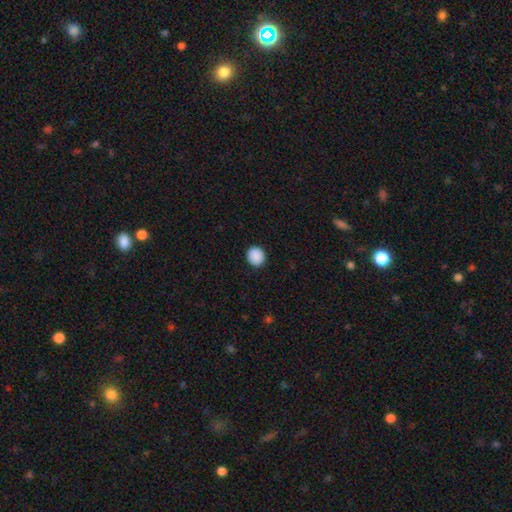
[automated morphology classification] smooth 90%, star or artifact 8%, featured or disk 2%. Down the decision tree: how rounded — round (86%); merging — none (91%).